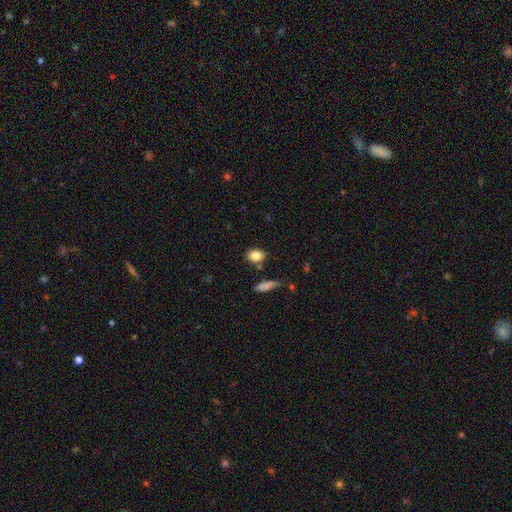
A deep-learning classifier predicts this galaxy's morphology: Smooth or featured?
  - smooth: 84% *
  - star or artifact: 8%
  - featured or disk: 8%
How rounded?
  - in between: 73% *
  - round: 24%
  - cigar-shaped: 2%
Merging?
  - none: 80% *
  - minor disturbance: 12%
  - merger: 5%
  - major disturbance: 3%